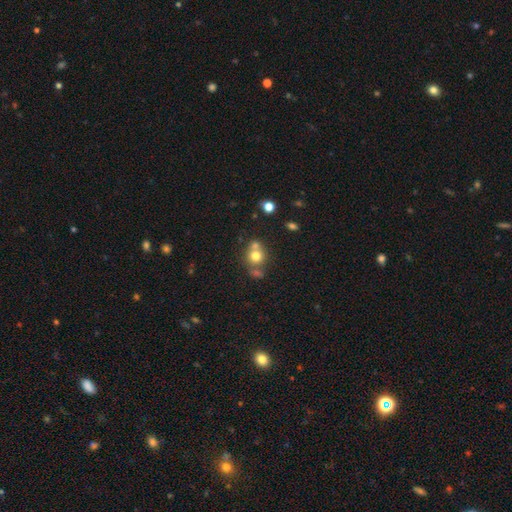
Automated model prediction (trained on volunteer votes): Q: Smooth or featured?
A: smooth (71%); runner-up: featured or disk (16%)
Q: How rounded?
A: round (83%); runner-up: in between (16%)
Q: Merging?
A: none (48%); runner-up: merger (39%)